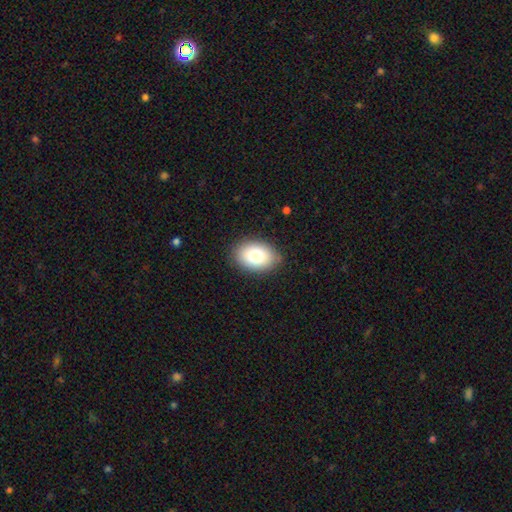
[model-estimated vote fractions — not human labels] Smooth or featured?
  - smooth: 79% *
  - featured or disk: 13%
  - star or artifact: 8%
How rounded?
  - in between: 80% *
  - round: 19%
  - cigar-shaped: 1%
Merging?
  - none: 85% *
  - minor disturbance: 11%
  - major disturbance: 3%
  - merger: 1%